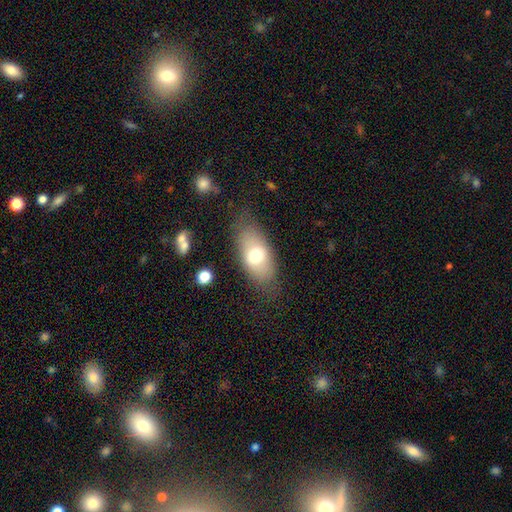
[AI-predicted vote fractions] Smooth or featured?
  - smooth: 68% *
  - featured or disk: 23%
  - star or artifact: 9%
How rounded?
  - in between: 88% *
  - round: 6%
  - cigar-shaped: 6%
Merging?
  - none: 73% *
  - minor disturbance: 17%
  - major disturbance: 8%
  - merger: 2%